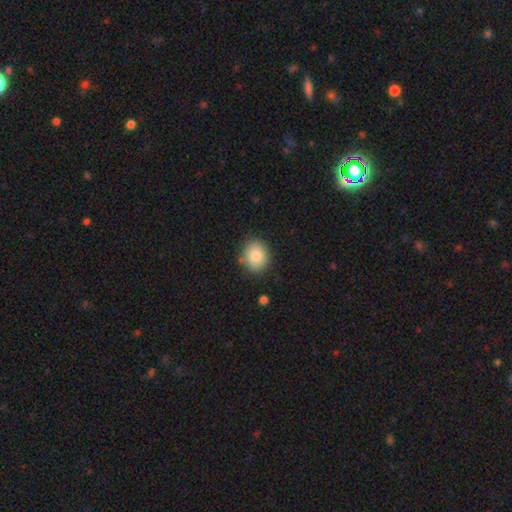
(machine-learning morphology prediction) smooth-or-featured: smooth: 82% | featured or disk: 9% | star or artifact: 8%
  how-rounded: round: 60% | in between: 39% | cigar-shaped: 1%
  merging: none: 84% | minor disturbance: 11% | major disturbance: 3% | merger: 2%